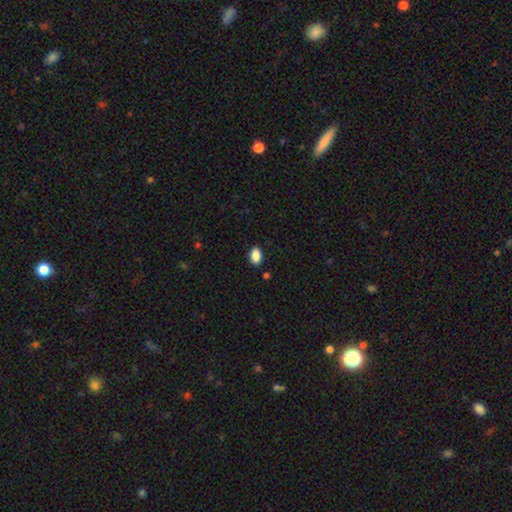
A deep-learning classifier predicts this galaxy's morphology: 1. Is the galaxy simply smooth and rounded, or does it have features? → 88% smooth, 8% star or artifact, 4% featured or disk.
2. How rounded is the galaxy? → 90% in between, 9% round, 2% cigar-shaped.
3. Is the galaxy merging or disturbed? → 89% none, 8% minor disturbance, 2% major disturbance, 1% merger.